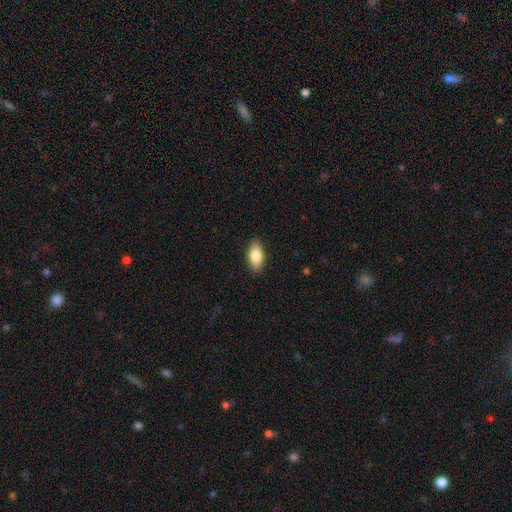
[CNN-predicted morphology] Smooth or featured? smooth (82%)
How rounded? in between (90%)
Merging? none (89%)